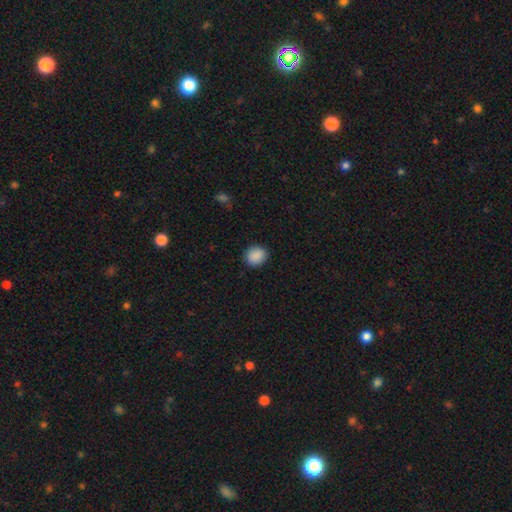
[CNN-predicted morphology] A smooth galaxy with no disk features (89%) that is round (70%).

Vote fractions:
- Smooth or featured? smooth: 89% / star or artifact: 8% / featured or disk: 3%
- How rounded? round: 70% / in between: 29% / cigar-shaped: 1%
- Merging? none: 88% / minor disturbance: 8% / major disturbance: 2% / merger: 1%